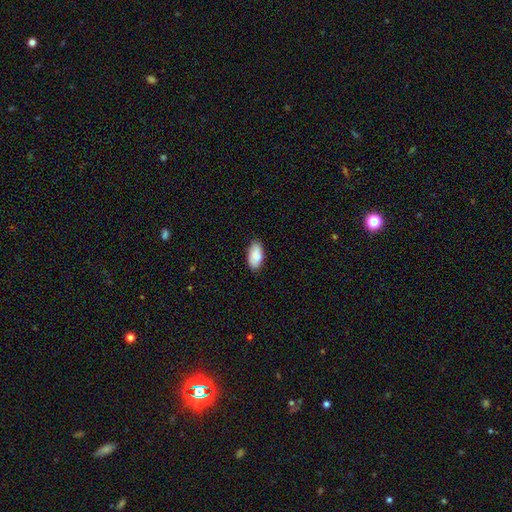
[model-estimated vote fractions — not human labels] Q: Smooth or featured?
A: smooth (84%); runner-up: featured or disk (10%)
Q: How rounded?
A: in between (94%); runner-up: cigar-shaped (4%)
Q: Merging?
A: none (84%); runner-up: minor disturbance (13%)